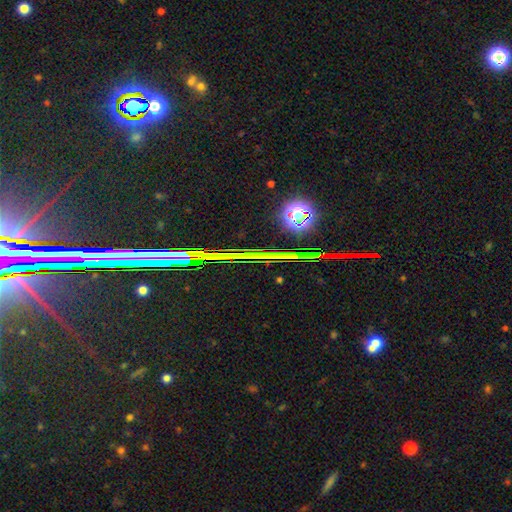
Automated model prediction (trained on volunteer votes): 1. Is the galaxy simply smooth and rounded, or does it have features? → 82% star or artifact, 10% featured or disk, 7% smooth.